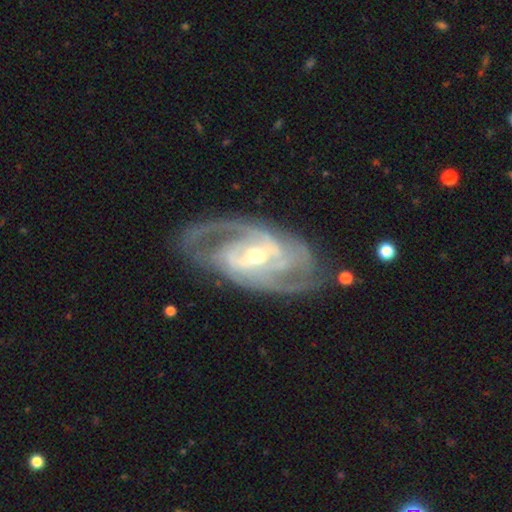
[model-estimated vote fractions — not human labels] Smooth or featured? featured or disk (91%)
Edge-on disk? no (95%)
Bar? weak (41%)
Spiral arms? yes (97%)
Spiral winding? tight (47%)
Spiral arm count? 2 (39%)
Bulge size? moderate (49%)
Merging? none (76%)